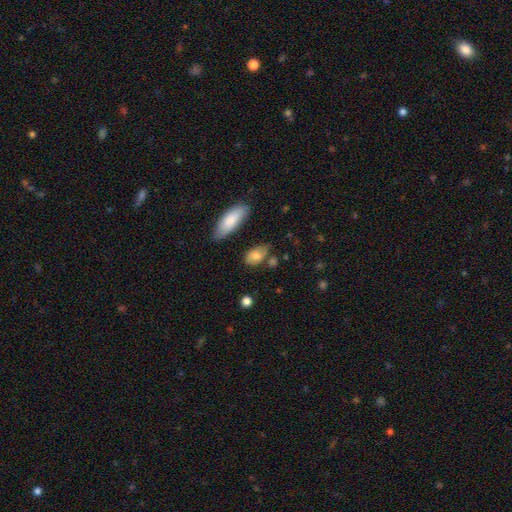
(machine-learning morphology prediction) smooth-or-featured: smooth: 78% | featured or disk: 14% | star or artifact: 8%
  how-rounded: in between: 83% | round: 12% | cigar-shaped: 4%
  merging: none: 58% | minor disturbance: 26% | merger: 8% | major disturbance: 8%